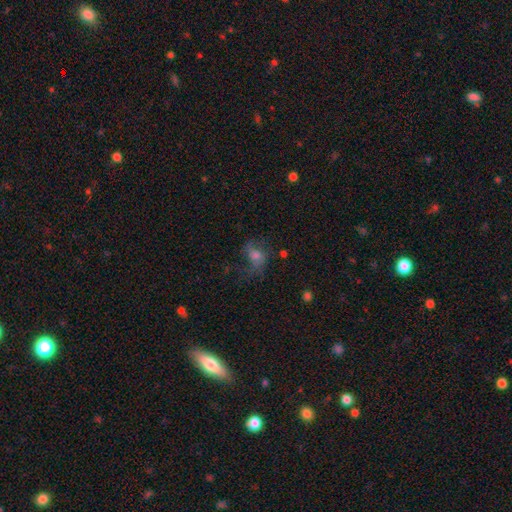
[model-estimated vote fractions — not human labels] The model was most divided on "smooth or featured": smooth: 43%, featured or disk: 39%, star or artifact: 18%. Remaining: merging — none (45%).